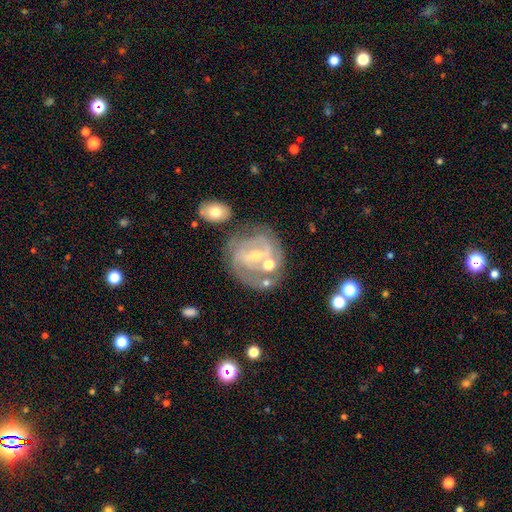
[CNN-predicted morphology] type=featured or disk (81%); edge-on=no (97%); bar=weak (48%); spiral arms=yes (87%); winding=tight (47%); arm count=2 (49%); bulge=small (51%); merging=none (58%).